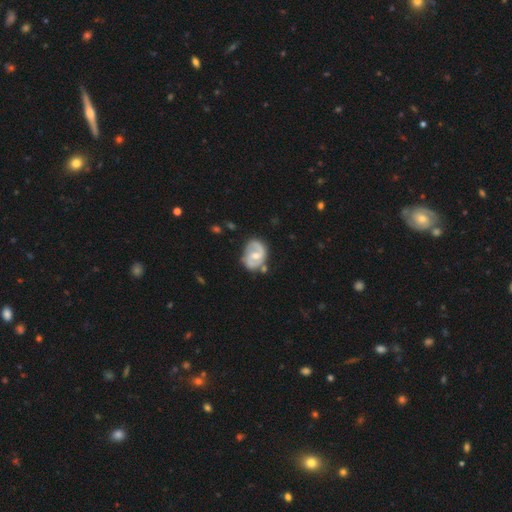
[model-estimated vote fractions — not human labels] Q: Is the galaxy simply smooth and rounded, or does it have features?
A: featured or disk — 77%.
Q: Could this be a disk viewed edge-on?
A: no — 97%.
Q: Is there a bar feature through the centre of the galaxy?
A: weak — 47%.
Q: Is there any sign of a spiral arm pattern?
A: yes — 87%.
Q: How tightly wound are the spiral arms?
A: medium — 45%.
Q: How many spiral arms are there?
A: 2 — 74%.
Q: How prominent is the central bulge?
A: moderate — 64%.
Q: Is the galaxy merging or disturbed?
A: none — 59%.